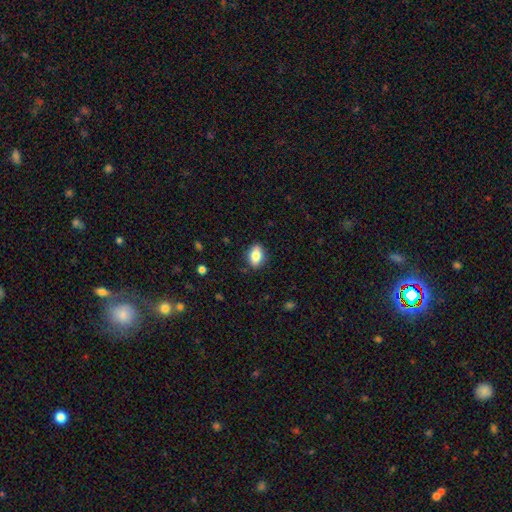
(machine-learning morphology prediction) Smooth or featured? Predicted: smooth (p=0.79). How rounded? Predicted: in between (p=0.81). Merging? Predicted: none (p=0.86).